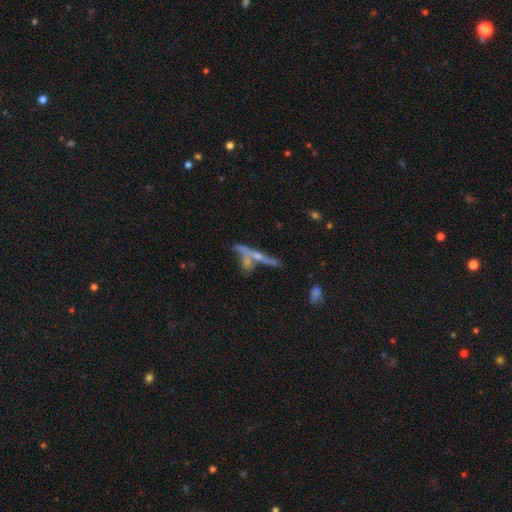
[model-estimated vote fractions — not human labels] Smooth or featured: featured or disk — 63% (smooth — 26%)
Edge-on disk: yes — 85% (no — 15%)
Edge-on bulge: rounded — 69% (none — 25%)
Merging: none — 52% (merger — 29%)